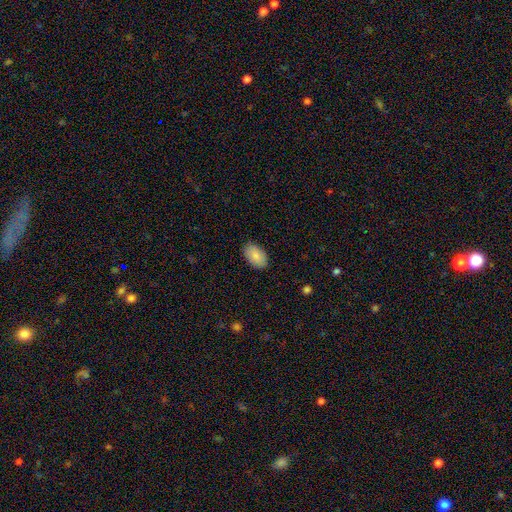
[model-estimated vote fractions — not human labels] A smooth galaxy with no disk features (85%) that is in between round and cigar-shaped (93%).

Vote fractions:
- Smooth or featured? smooth: 85% / featured or disk: 8% / star or artifact: 6%
- How rounded? in between: 93% / round: 5% / cigar-shaped: 1%
- Merging? none: 88% / minor disturbance: 9% / major disturbance: 2% / merger: 1%